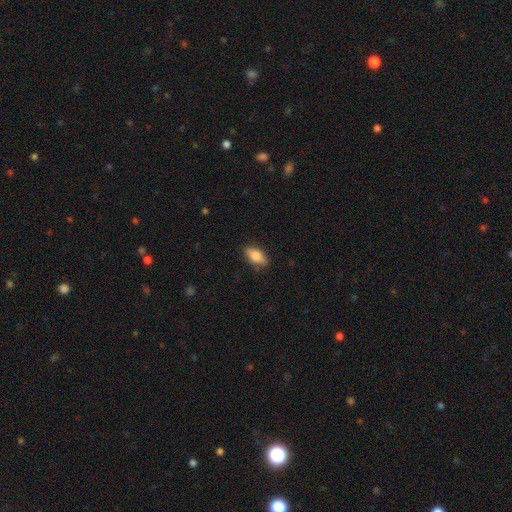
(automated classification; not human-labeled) smooth_or_featured: smooth (p=0.82) [alt: featured or disk p=0.11]
how_rounded: in between (p=0.88) [alt: cigar-shaped p=0.08]
merging: none (p=0.83) [alt: minor disturbance p=0.13]